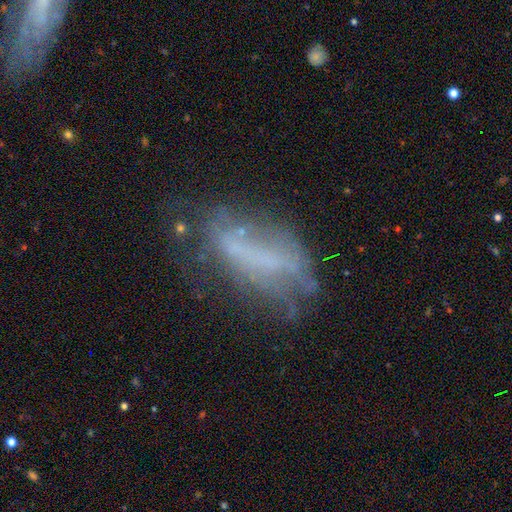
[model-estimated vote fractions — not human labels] Overall: featured or disk (48%; smooth 36%). Merging: none (43%; minor disturbance 26%).